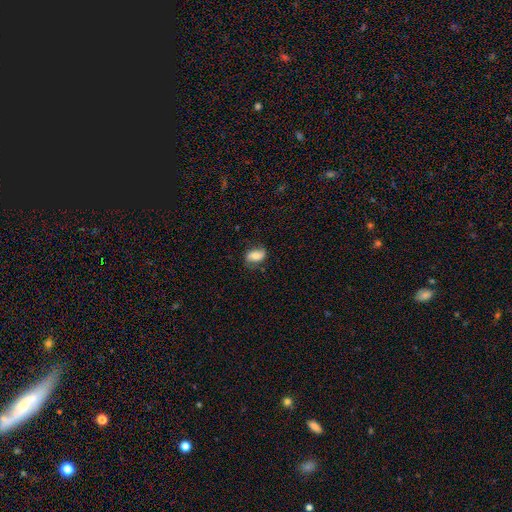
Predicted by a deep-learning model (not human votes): A smooth galaxy with no disk features (65%) that is in between round and cigar-shaped (86%). Merging: none (69%).